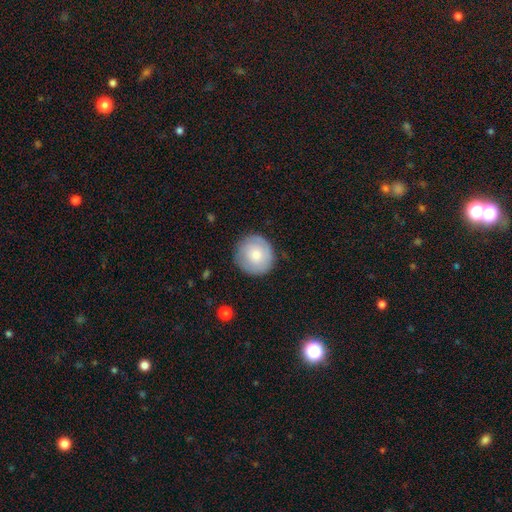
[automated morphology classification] Smooth or featured? smooth (71%)
How rounded? round (93%)
Merging? none (85%)